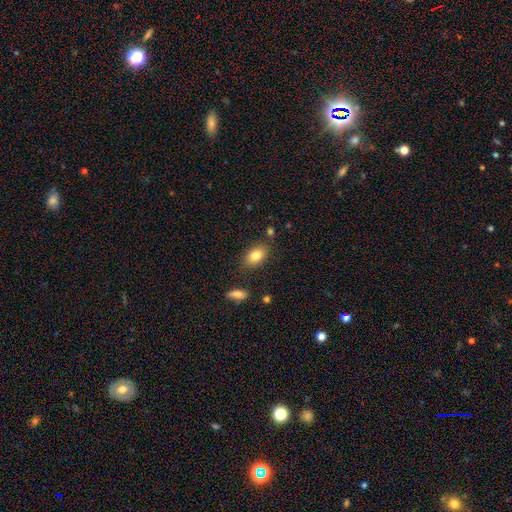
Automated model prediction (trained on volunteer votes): This is clearly a smooth galaxy (82%). How rounded: clearly in between (87%). Merging: clearly none (81%).